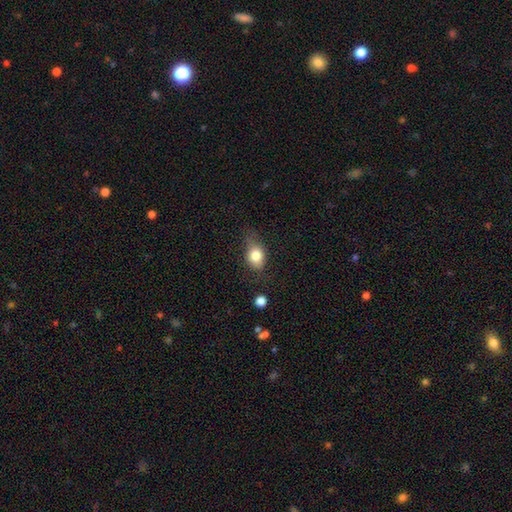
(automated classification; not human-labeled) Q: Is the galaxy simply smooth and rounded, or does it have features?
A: smooth — 79%.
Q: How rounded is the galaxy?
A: in between — 65%.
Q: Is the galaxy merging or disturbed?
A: none — 56%.